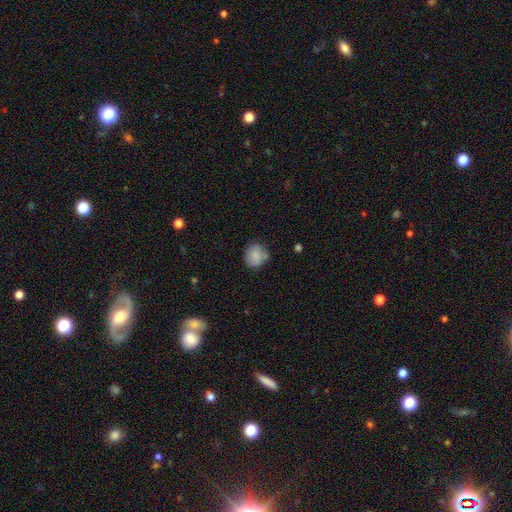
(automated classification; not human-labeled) A smooth galaxy with no disk features (84%) that is round (70%).

Vote fractions:
- Smooth or featured? smooth: 84% / star or artifact: 8% / featured or disk: 8%
- How rounded? round: 70% / in between: 29% / cigar-shaped: 1%
- Merging? none: 69% / minor disturbance: 21% / merger: 5% / major disturbance: 4%